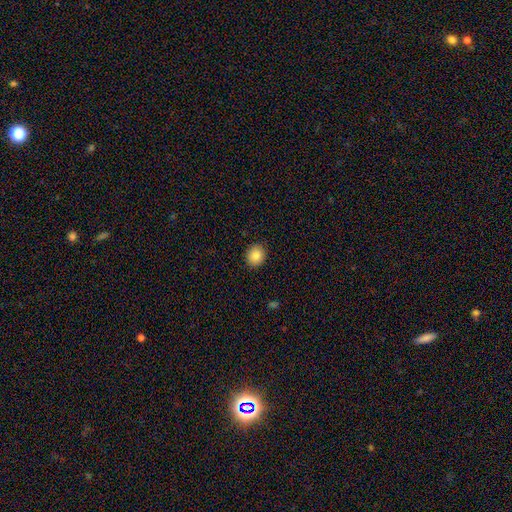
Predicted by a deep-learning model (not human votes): smooth 84%, star or artifact 9%, featured or disk 7%. Down the decision tree: how rounded — round (74%); merging — none (90%).